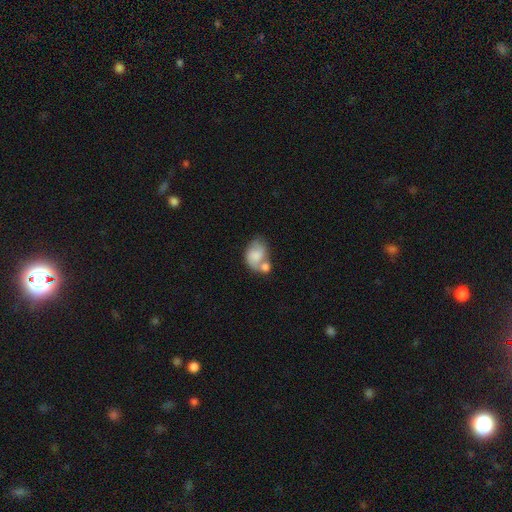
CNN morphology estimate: type=smooth (61%); roundness=in between (75%); merging=merger (53%).